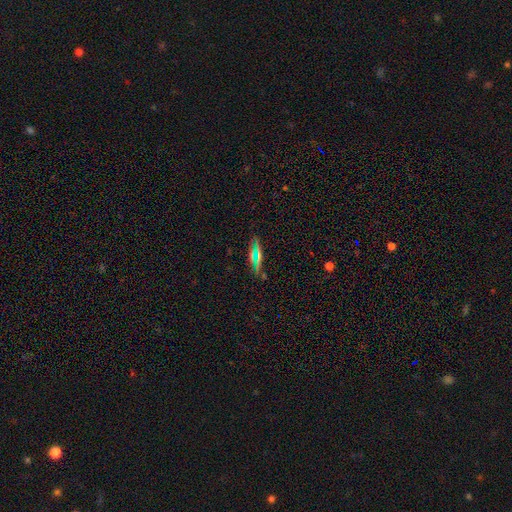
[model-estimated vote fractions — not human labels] Overall: smooth (57%; star or artifact 26%). How rounded: in between (62%; cigar-shaped 29%). Merging: none (79%).